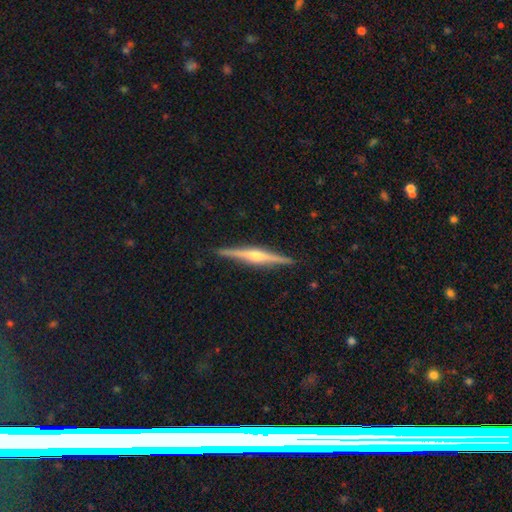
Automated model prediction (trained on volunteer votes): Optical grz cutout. It shows a featured or disk galaxy (81%) viewed edge-on (98%) with a rounded central bulge (84%). Merging: none (91%).